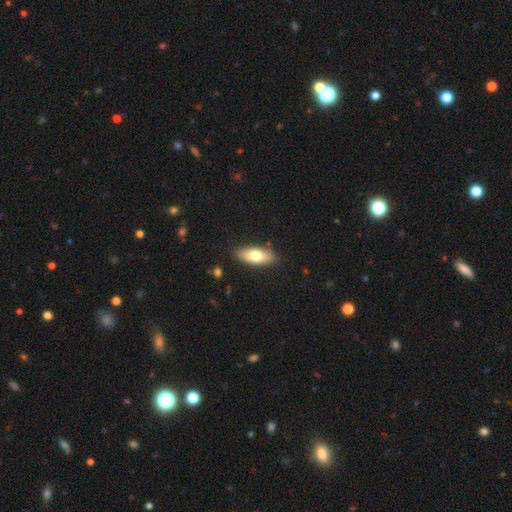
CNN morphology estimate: type=smooth (68%); roundness=in between (75%); merging=none (87%).